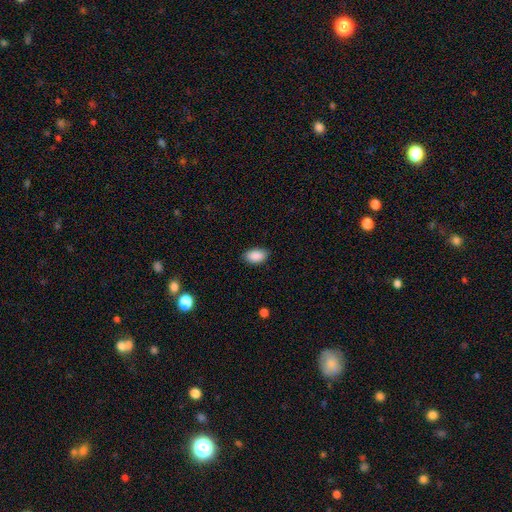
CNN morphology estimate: The model was most divided on "merging": none: 84%, minor disturbance: 12%, major disturbance: 2%, merger: 1%. More confident: how rounded — in between (92%); smooth or featured — smooth (90%).